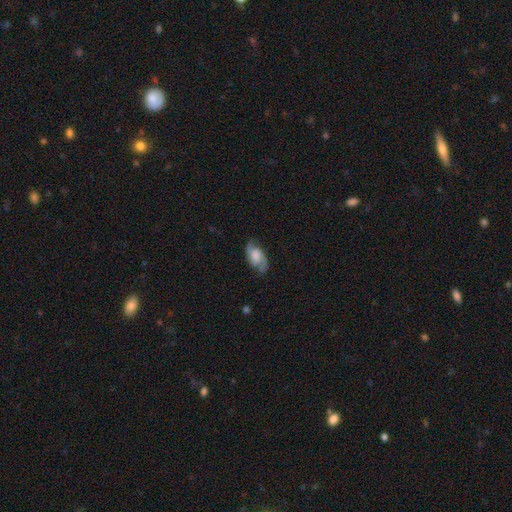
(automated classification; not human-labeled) This appears to be a featured or disk galaxy (73%) with no bar (49%), 2 (90%) medium (48%) spiral arms (94%) and a moderate central bulge (28%). Merging: none (77%).